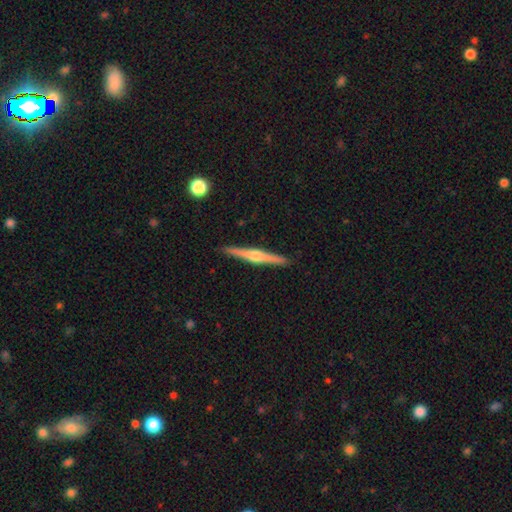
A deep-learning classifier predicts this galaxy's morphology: type=featured or disk (77%); edge-on=yes (98%); edge-on bulge=rounded (90%); merging=none (92%).